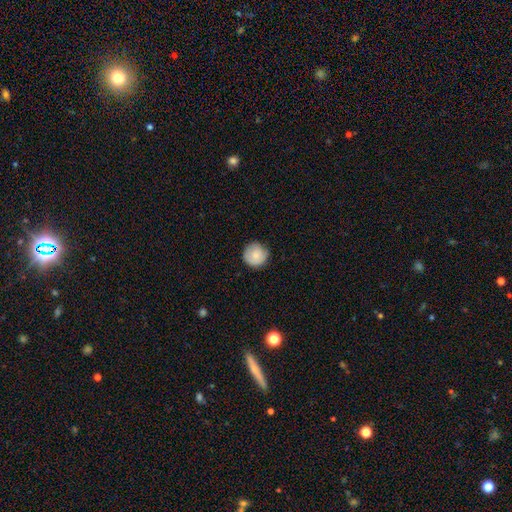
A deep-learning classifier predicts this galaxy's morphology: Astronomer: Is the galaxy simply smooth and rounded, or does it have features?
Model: smooth — 79%.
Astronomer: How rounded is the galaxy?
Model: round — 94%.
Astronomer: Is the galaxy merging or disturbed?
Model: none — 83%.